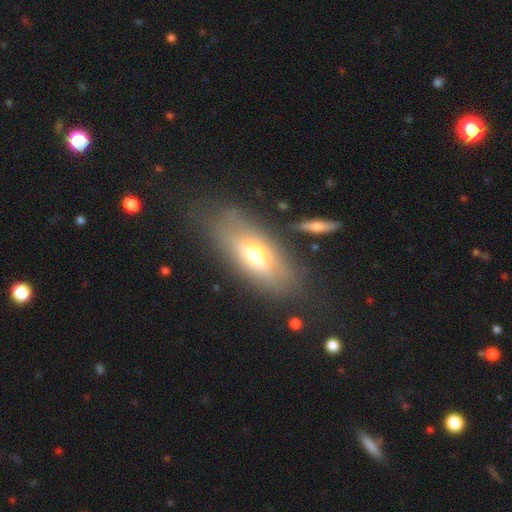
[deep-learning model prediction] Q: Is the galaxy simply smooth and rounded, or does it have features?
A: smooth — 58%.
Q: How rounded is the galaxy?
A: in between — 79%.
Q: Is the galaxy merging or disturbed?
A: none — 67%.